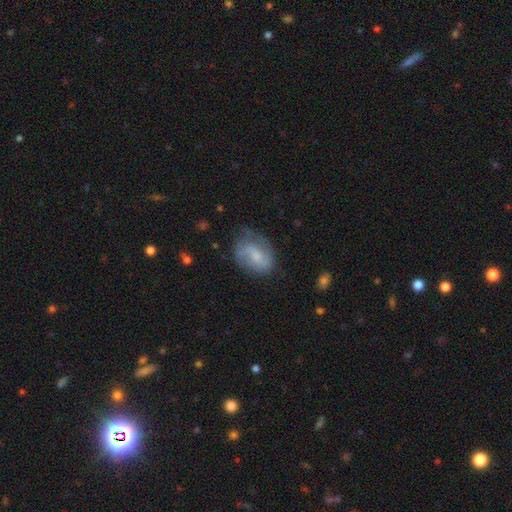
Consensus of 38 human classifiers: This appears to be a featured or disk galaxy (58%) with a weak bar (57%), 2 (88%) loose (47%) spiral arms (81%) and a small central bulge (48%). Merging: none (46%, tied with minor disturbance).